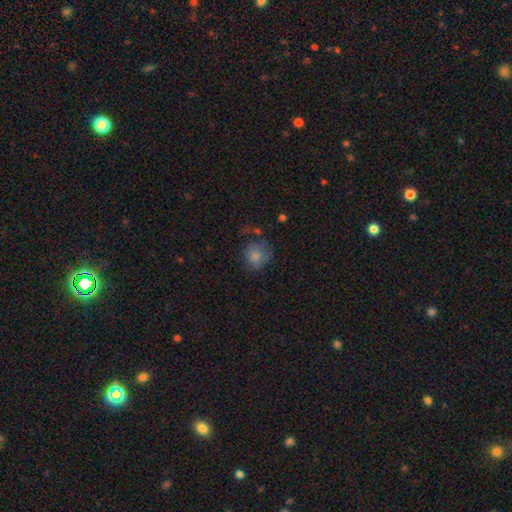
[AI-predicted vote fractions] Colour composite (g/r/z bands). It shows a smooth galaxy with no disk features (77%) that is round (76%). Merging: none (53%).